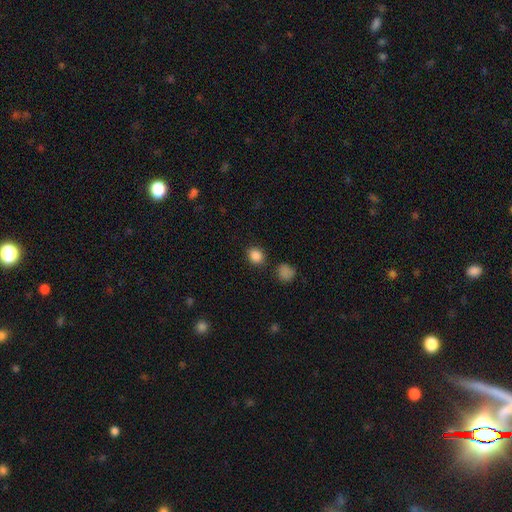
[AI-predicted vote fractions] This appears to be a smooth galaxy with no disk features (85%) that is round (75%). Merging: none (82%).